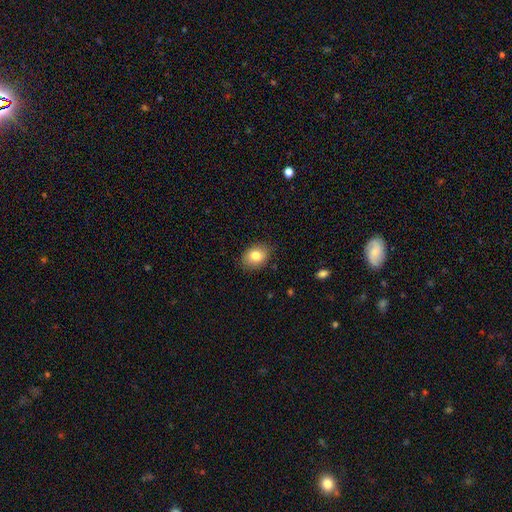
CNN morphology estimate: Smooth or featured? smooth (82%)
How rounded? in between (62%)
Merging? none (85%)